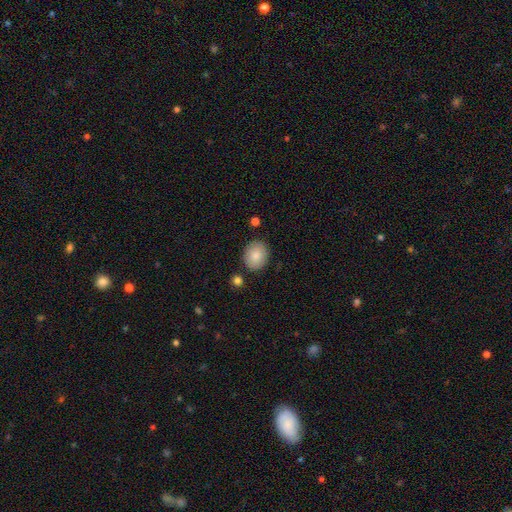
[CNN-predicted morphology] A smooth galaxy with no disk features (86%) that is round (51%). Merging: none (85%).